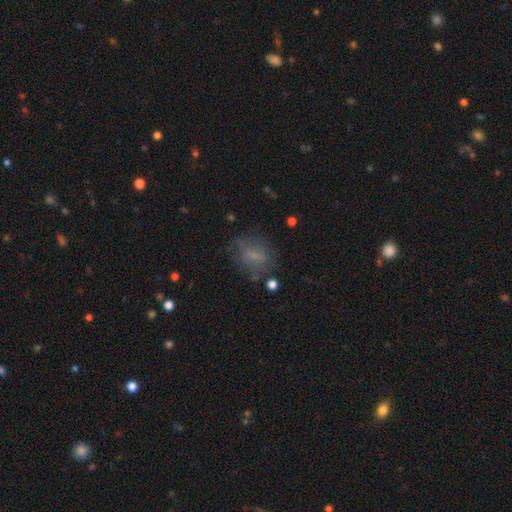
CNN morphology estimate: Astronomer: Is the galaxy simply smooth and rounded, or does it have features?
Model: smooth — 55%.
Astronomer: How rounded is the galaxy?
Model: in between — 57% (runner-up: round, 39%).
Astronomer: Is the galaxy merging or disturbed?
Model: none — 60%.